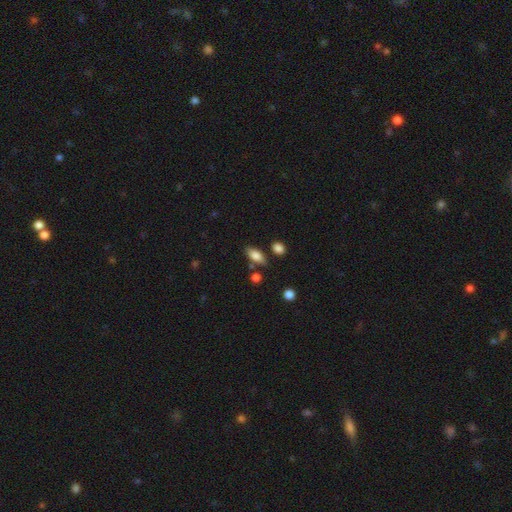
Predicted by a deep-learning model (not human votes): Smooth or featured? smooth (82%)
How rounded? in between (83%)
Merging? none (77%)